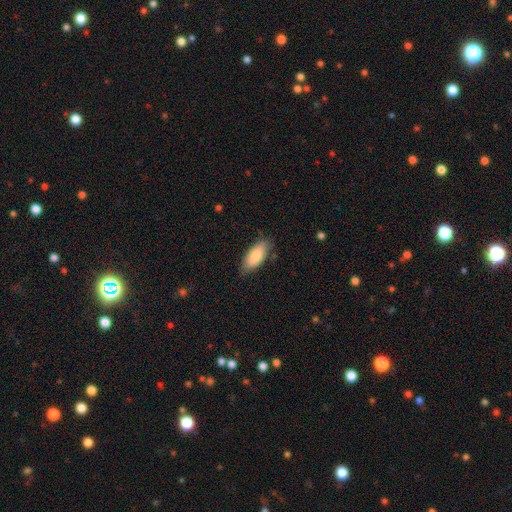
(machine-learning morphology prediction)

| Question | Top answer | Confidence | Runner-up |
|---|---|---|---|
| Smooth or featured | smooth | 82% | featured or disk (13%) |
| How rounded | in between | 85% | cigar-shaped (13%) |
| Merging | none | 78% | minor disturbance (17%) |